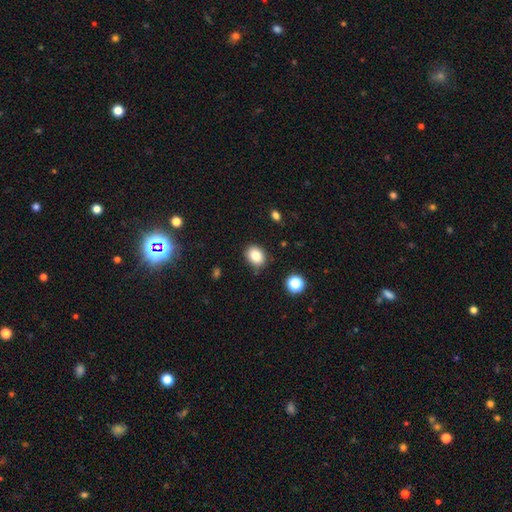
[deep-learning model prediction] This appears to be a smooth galaxy with no disk features (83%) that is in between round and cigar-shaped (53%). Merging: none (84%).